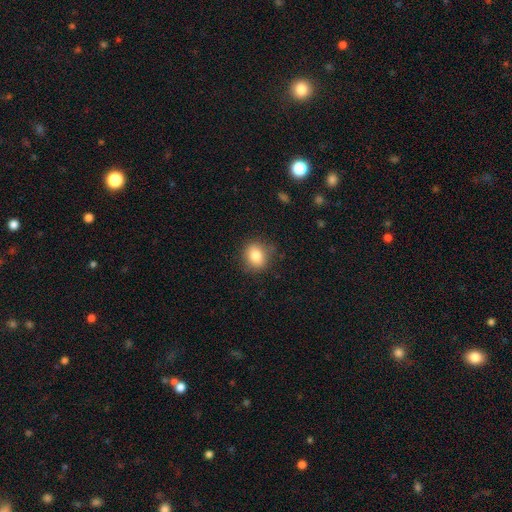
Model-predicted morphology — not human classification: Smooth or featured? smooth (82%)
How rounded? round (68%)
Merging? none (83%)